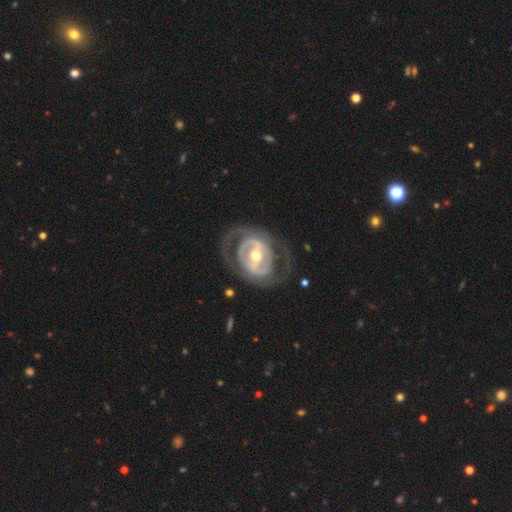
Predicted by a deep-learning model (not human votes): smooth_or_featured: featured or disk (p=0.82) [alt: smooth p=0.14]
disk_edge_on: no (p=0.96) [alt: yes p=0.04]
bar: strong (p=0.43) [alt: weak p=0.33]
has_spiral_arms: yes (p=0.59) [alt: no p=0.41]
bulge_size: moderate (p=0.67) [alt: small p=0.26]
merging: none (p=0.71) [alt: minor disturbance p=0.14]